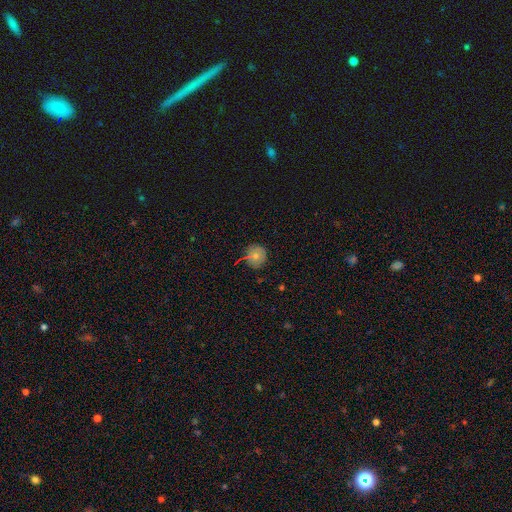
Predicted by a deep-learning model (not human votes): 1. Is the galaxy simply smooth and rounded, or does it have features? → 66% smooth, 23% featured or disk, 11% star or artifact.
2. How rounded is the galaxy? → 91% round, 8% in between, 1% cigar-shaped.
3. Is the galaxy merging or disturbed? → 75% none, 19% minor disturbance, 4% major disturbance, 2% merger.